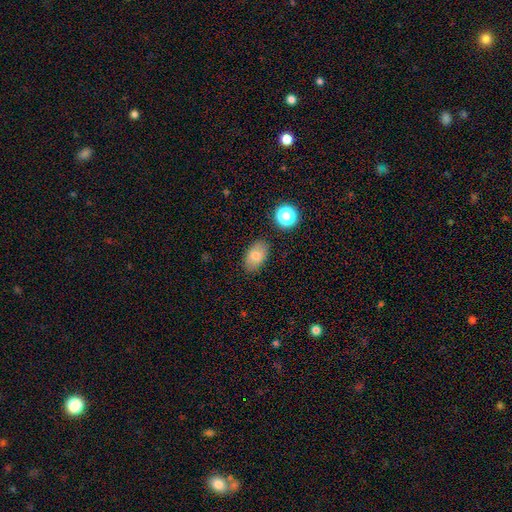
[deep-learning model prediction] Overall: smooth (78%). How rounded: in between (90%). Merging: none (84%).